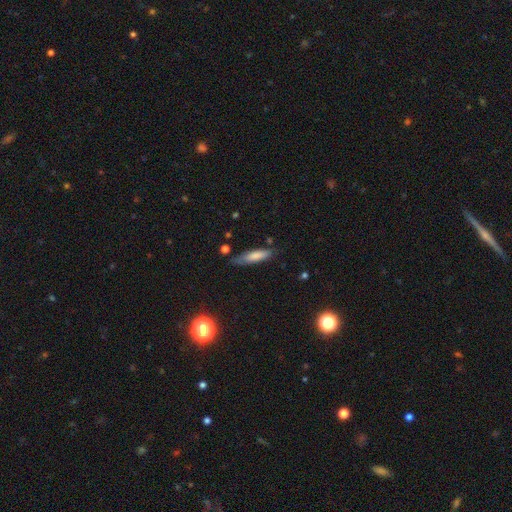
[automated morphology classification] A smooth galaxy with no disk features (78%) that is cigar-shaped (70%).

Vote fractions:
- Smooth or featured? smooth: 78% / featured or disk: 15% / star or artifact: 7%
- How rounded? cigar-shaped: 70% / in between: 28% / round: 2%
- Merging? none: 67% / minor disturbance: 24% / major disturbance: 5% / merger: 3%